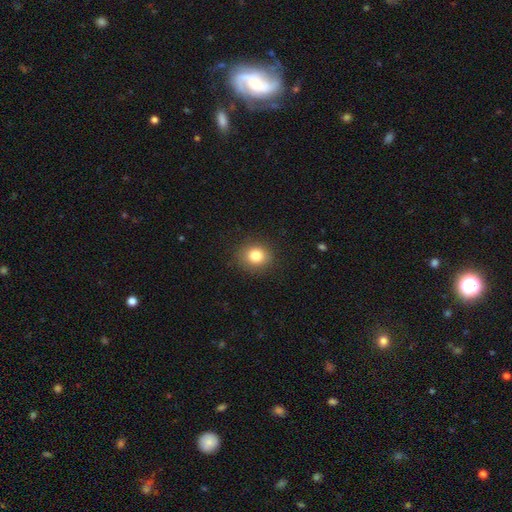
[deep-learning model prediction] smooth-or-featured: smooth: 81% | star or artifact: 11% | featured or disk: 7%
  how-rounded: round: 81% | in between: 18% | cigar-shaped: 1%
  merging: none: 88% | minor disturbance: 8% | major disturbance: 3% | merger: 1%